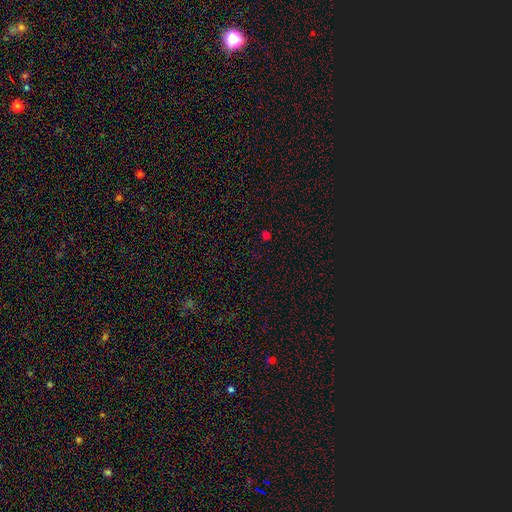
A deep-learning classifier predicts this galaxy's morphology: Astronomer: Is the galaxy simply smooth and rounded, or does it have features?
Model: star or artifact — 55% (runner-up: smooth, 39%).